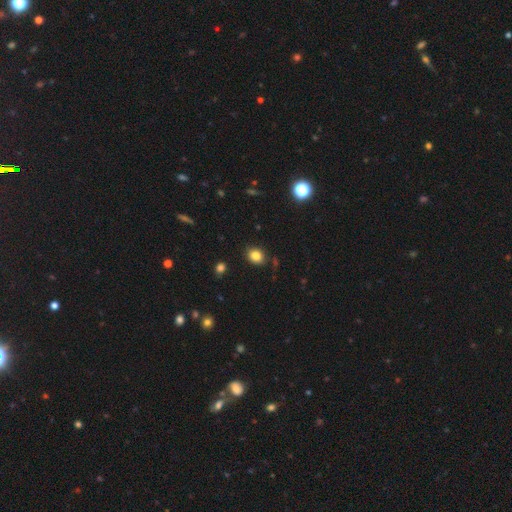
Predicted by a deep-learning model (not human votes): This is clearly a smooth galaxy (83%). How rounded: possibly in between (52%). Merging: clearly none (85%).